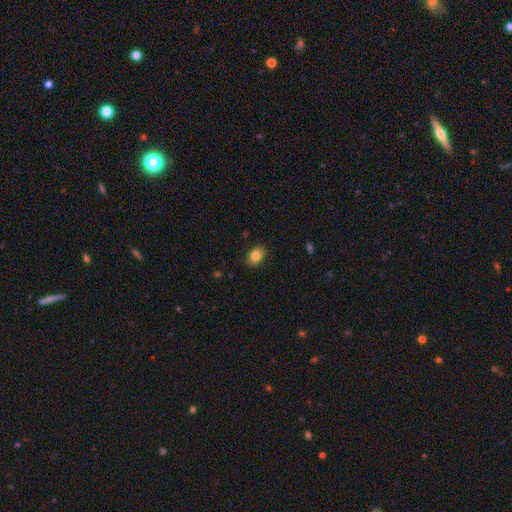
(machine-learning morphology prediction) smooth 84%, star or artifact 9%, featured or disk 8%. Down the decision tree: how rounded — in between (77%); merging — none (88%).